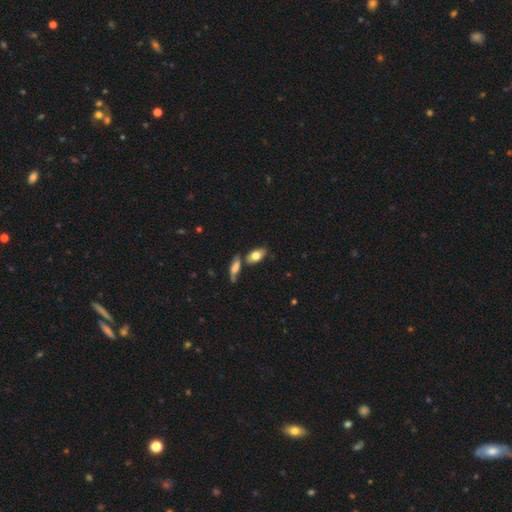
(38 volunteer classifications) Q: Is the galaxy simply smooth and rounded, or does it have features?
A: smooth — 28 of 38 (74%).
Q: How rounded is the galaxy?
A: in between — 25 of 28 (89%).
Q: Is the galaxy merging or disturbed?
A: none — 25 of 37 (68%).